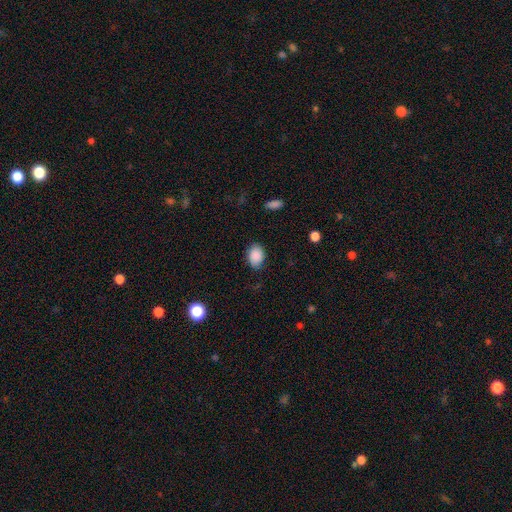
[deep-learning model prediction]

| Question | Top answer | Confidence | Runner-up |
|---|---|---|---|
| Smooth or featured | smooth | 88% | star or artifact (7%) |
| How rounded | in between | 75% | round (24%) |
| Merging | none | 80% | minor disturbance (16%) |